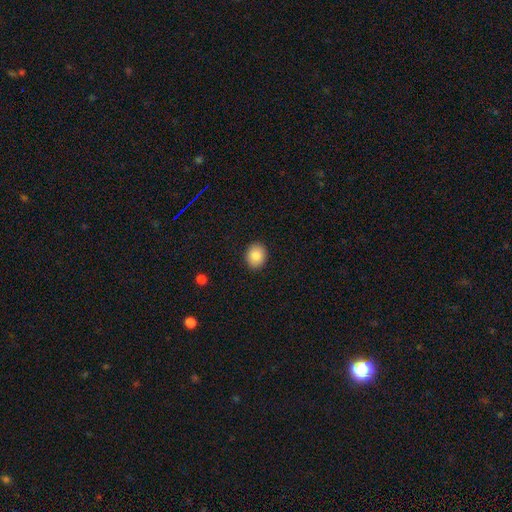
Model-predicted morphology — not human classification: smooth_or_featured: smooth (p=0.86) [alt: star or artifact p=0.08]
how_rounded: round (p=0.55) [alt: in between p=0.44]
merging: none (p=0.91) [alt: minor disturbance p=0.07]